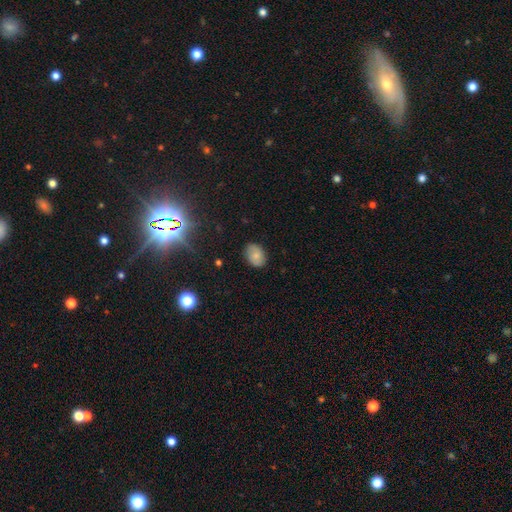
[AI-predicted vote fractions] Smooth or featured? Predicted: smooth (p=0.74). How rounded? Predicted: in between (p=0.73). Merging? Predicted: none (p=0.82).